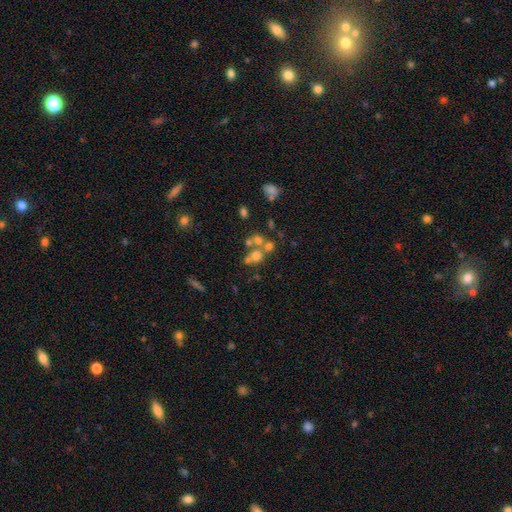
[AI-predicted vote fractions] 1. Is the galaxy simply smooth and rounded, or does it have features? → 55% smooth, 25% featured or disk, 20% star or artifact.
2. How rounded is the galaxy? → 74% round, 24% in between, 2% cigar-shaped.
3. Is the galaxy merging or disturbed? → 49% merger, 37% none, 8% minor disturbance, 6% major disturbance.